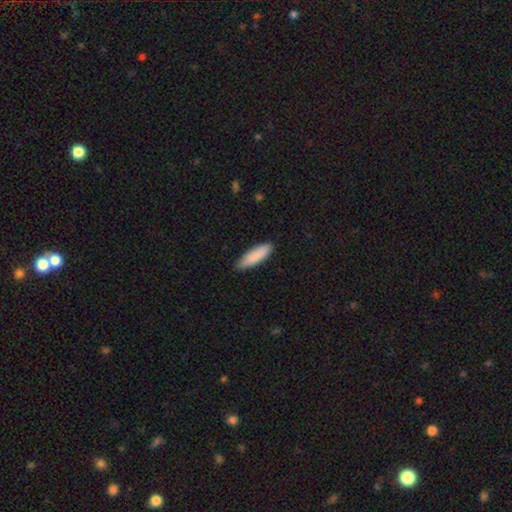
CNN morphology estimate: Smooth or featured? smooth (87%)
How rounded? cigar-shaped (59%)
Merging? none (82%)